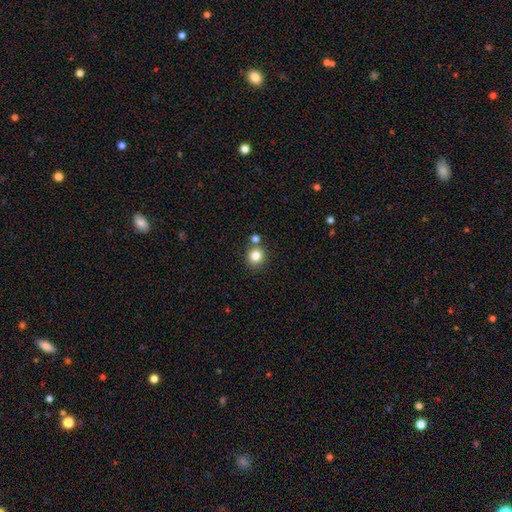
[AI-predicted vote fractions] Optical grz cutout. It shows a smooth galaxy with no disk features (82%) that is round (90%). Merging: none (77%).